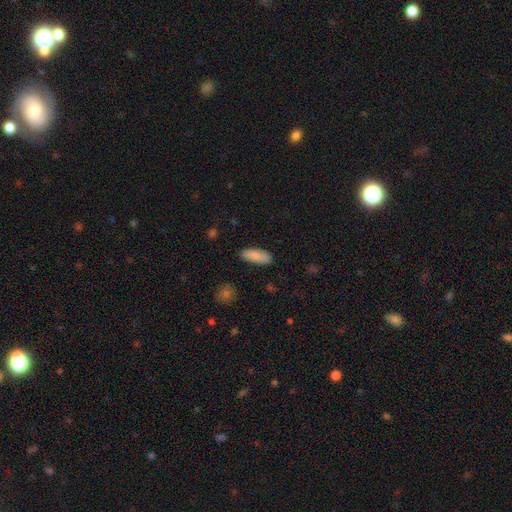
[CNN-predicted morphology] Overall: smooth (85%). How rounded: in between (76%). Merging: none (84%).